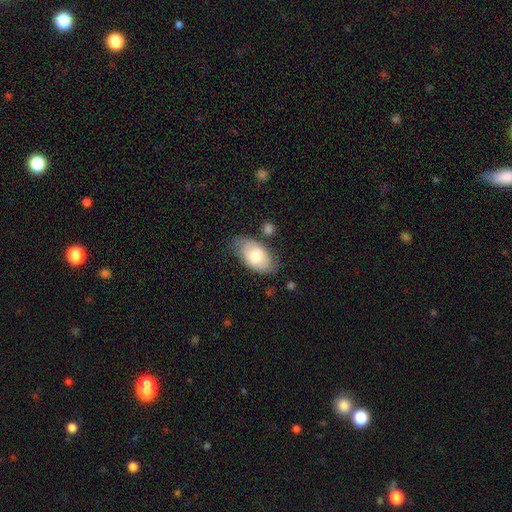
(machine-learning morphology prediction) Smooth or featured? Predicted: smooth (p=0.69). How rounded? Predicted: in between (p=0.94). Merging? Predicted: none (p=0.68).